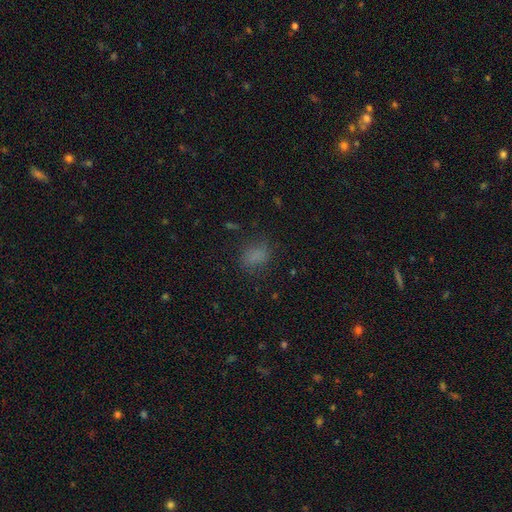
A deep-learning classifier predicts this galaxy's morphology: type=smooth (77%); roundness=in between (71%); merging=none (74%).